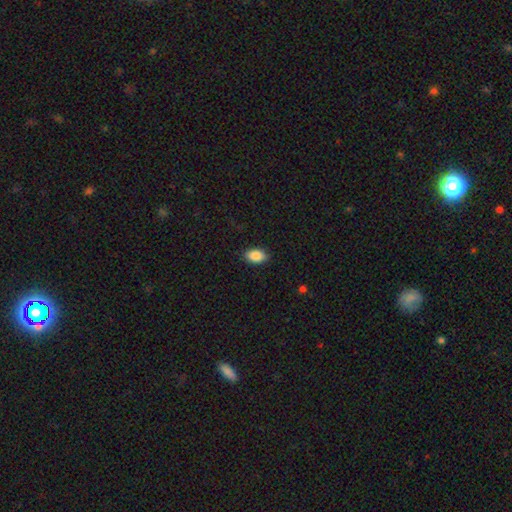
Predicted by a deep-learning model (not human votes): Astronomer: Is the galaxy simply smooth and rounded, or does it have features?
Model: smooth — 88%.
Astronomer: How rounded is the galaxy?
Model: in between — 91%.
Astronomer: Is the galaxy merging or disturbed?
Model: none — 89%.